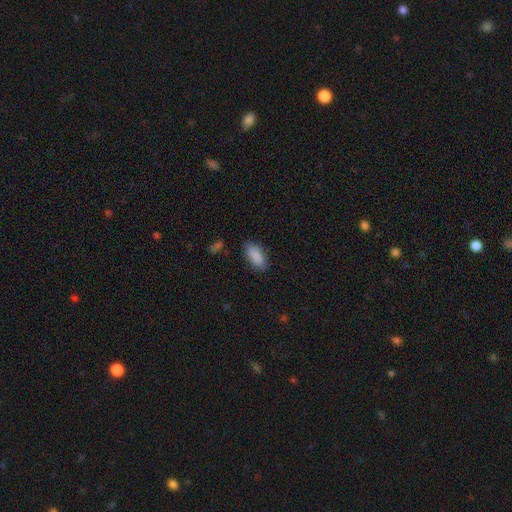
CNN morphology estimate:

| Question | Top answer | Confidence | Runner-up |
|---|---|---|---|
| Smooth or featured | smooth | 88% | star or artifact (7%) |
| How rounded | in between | 85% | cigar-shaped (12%) |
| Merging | none | 82% | minor disturbance (14%) |